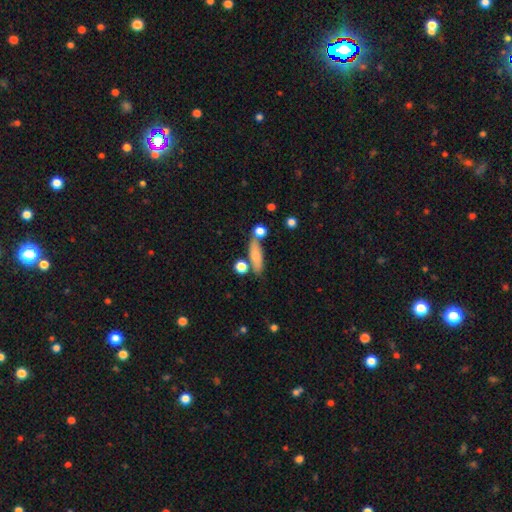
Morphology: type=smooth (72%); roundness=cigar-shaped (54%); merging=none (71%).